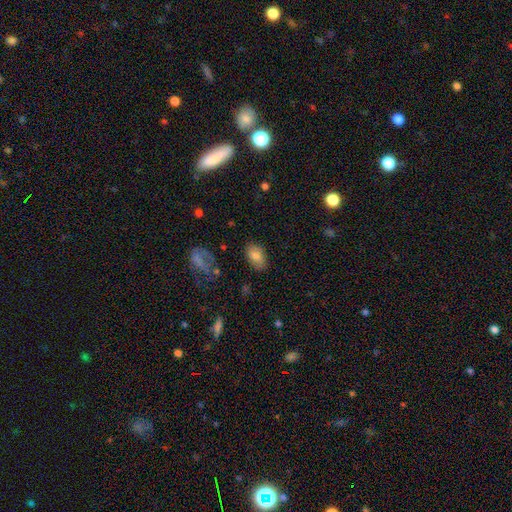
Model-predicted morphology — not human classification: A smooth galaxy with no disk features (80%) that is in between round and cigar-shaped (91%).

Vote fractions:
- Smooth or featured? smooth: 80% / featured or disk: 12% / star or artifact: 8%
- How rounded? in between: 91% / round: 8% / cigar-shaped: 2%
- Merging? none: 81% / minor disturbance: 13% / major disturbance: 4% / merger: 2%